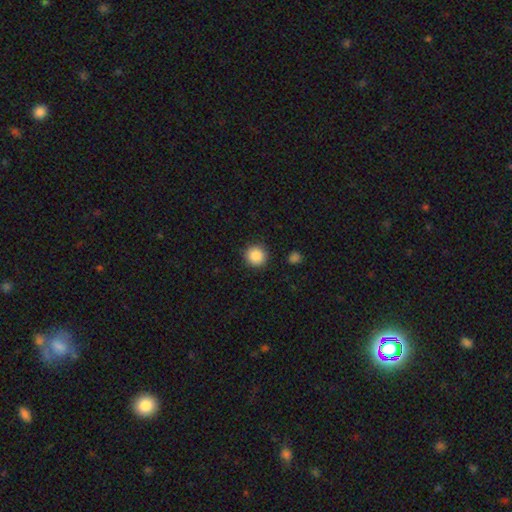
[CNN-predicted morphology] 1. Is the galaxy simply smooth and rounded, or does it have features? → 88% smooth, 9% star or artifact, 3% featured or disk.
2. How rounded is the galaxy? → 94% round, 5% in between, 1% cigar-shaped.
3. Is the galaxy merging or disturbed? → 91% none, 6% minor disturbance, 2% major disturbance, 1% merger.